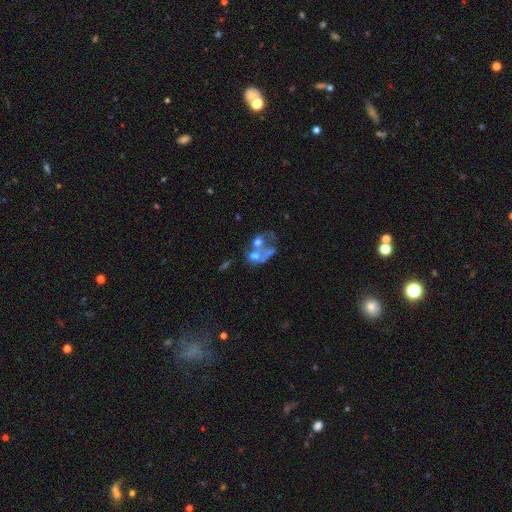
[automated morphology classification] type=featured or disk (47%); merging=merger (56%).